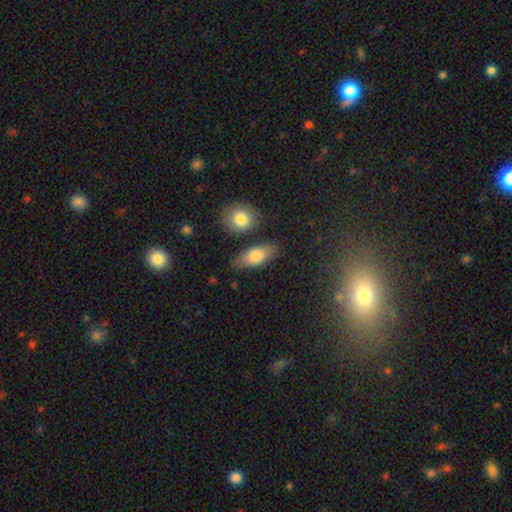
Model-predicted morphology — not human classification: Smooth or featured? smooth (80%)
How rounded? in between (85%)
Merging? none (75%)